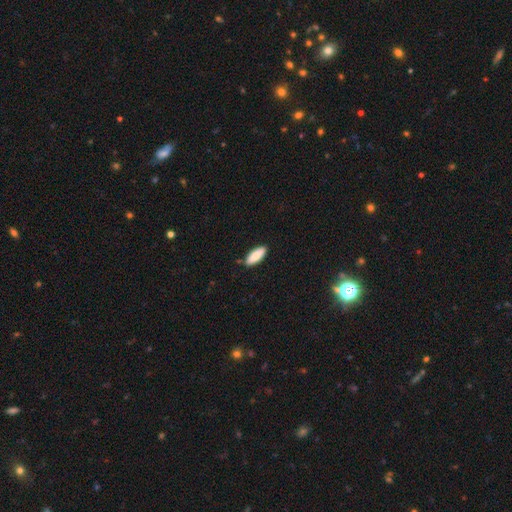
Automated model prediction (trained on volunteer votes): smooth_or_featured: smooth (p=0.85) [alt: featured or disk p=0.09]
how_rounded: in between (p=0.73) [alt: cigar-shaped p=0.25]
merging: none (p=0.86) [alt: minor disturbance p=0.10]